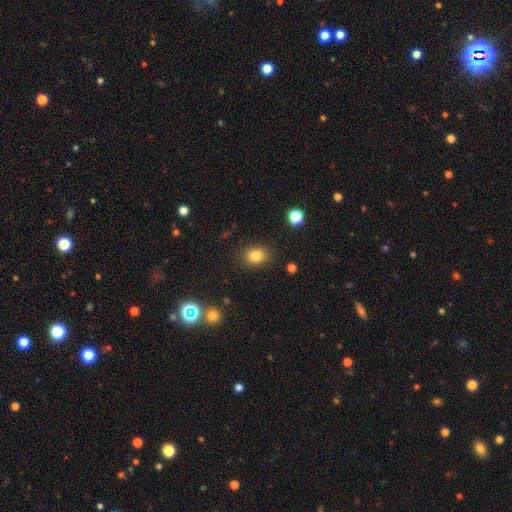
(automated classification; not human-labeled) This appears to be a smooth galaxy with no disk features (82%) that is in between round and cigar-shaped (58%). Merging: none (85%).